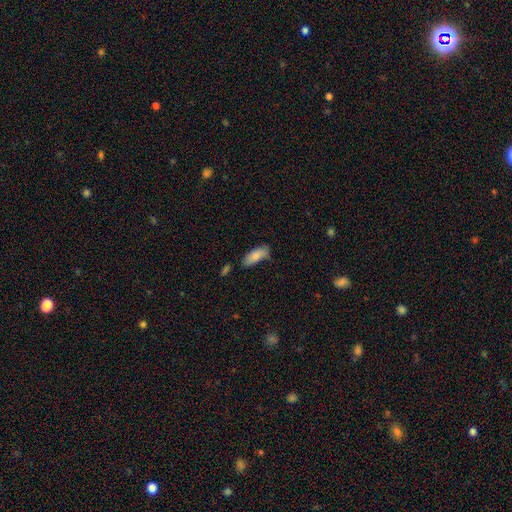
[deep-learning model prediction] Overall: smooth (84%). How rounded: in between (80%). Merging: none (57%; minor disturbance 31%).